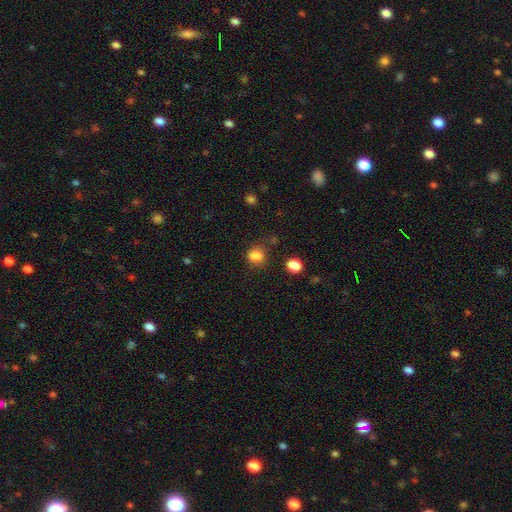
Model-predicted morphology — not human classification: Q: Smooth or featured?
A: smooth (81%); runner-up: star or artifact (13%)
Q: How rounded?
A: in between (50%); runner-up: round (48%)
Q: Merging?
A: none (62%); runner-up: minor disturbance (20%)